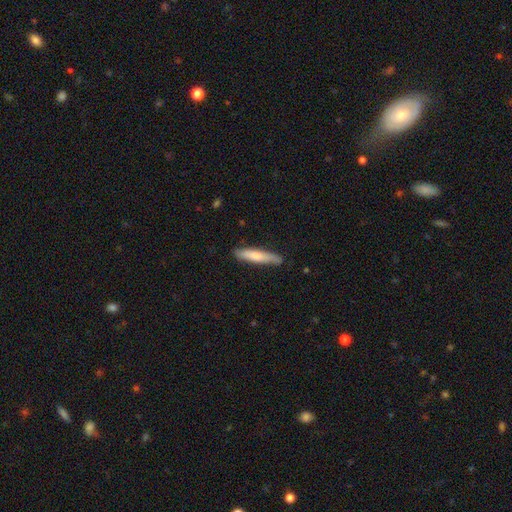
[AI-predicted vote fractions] Smooth or featured: smooth — 72% (featured or disk — 23%)
How rounded: cigar-shaped — 87% (in between — 11%)
Merging: none — 78% (minor disturbance — 17%)